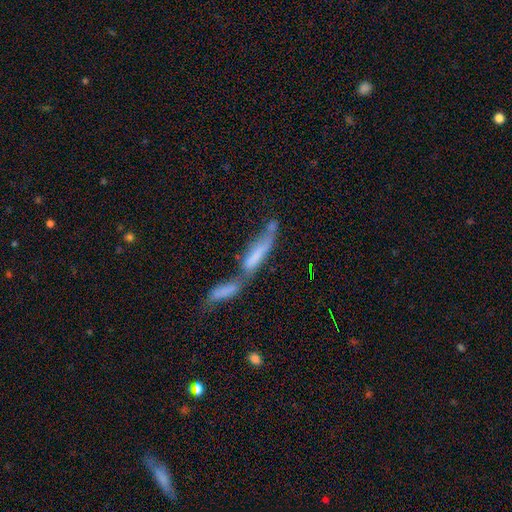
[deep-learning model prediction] The model was most divided on "smooth or featured": smooth: 54%, featured or disk: 37%, star or artifact: 9%. More confident: how rounded — cigar-shaped (79%); merging — merger (71%).